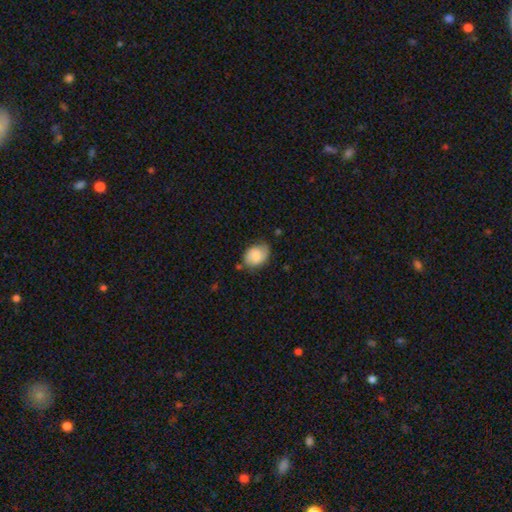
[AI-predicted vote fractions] The model was most divided on "smooth or featured": smooth: 60%, featured or disk: 32%, star or artifact: 8%. More confident: how rounded — in between (70%); merging — none (65%).